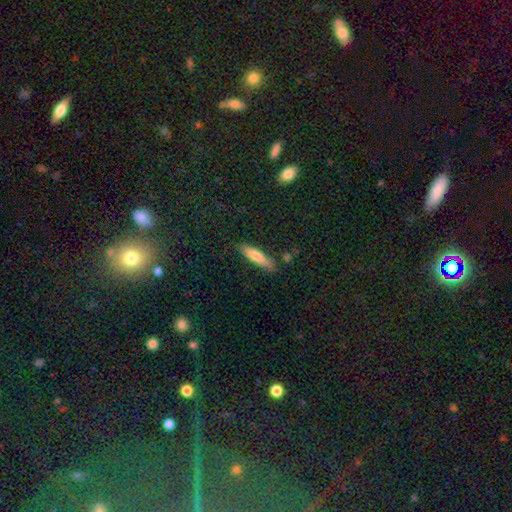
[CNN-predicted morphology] type=smooth (72%); roundness=cigar-shaped (73%); merging=none (80%).